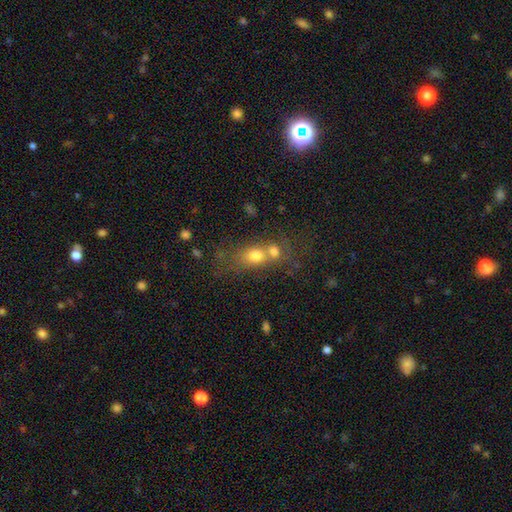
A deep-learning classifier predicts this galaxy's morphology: Smooth or featured? smooth (70%)
How rounded? in between (50%)
Merging? merger (57%)